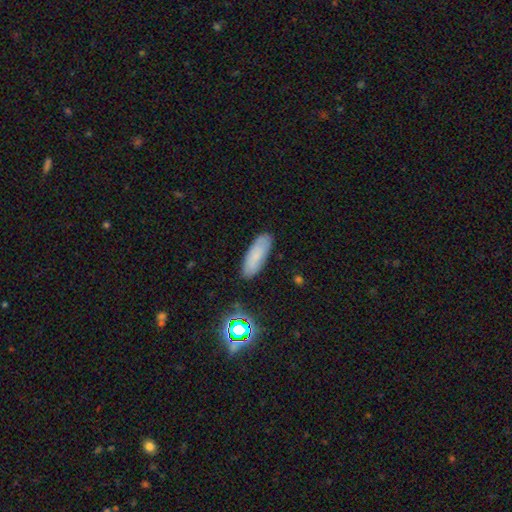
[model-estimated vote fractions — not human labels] Smooth or featured? smooth (75%)
How rounded? in between (64%)
Merging? none (84%)